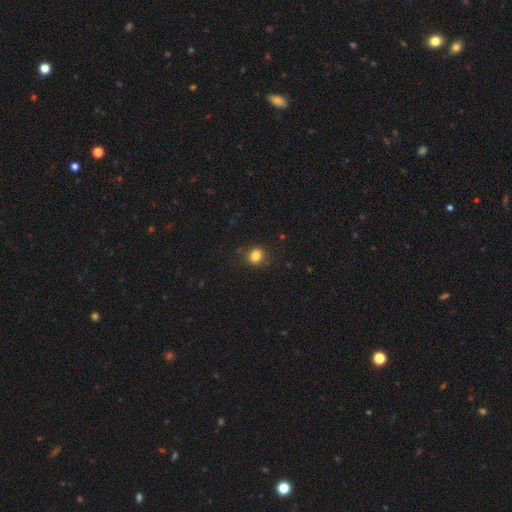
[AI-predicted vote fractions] A smooth galaxy with no disk features (84%) that is round (67%). Merging: none (80%).